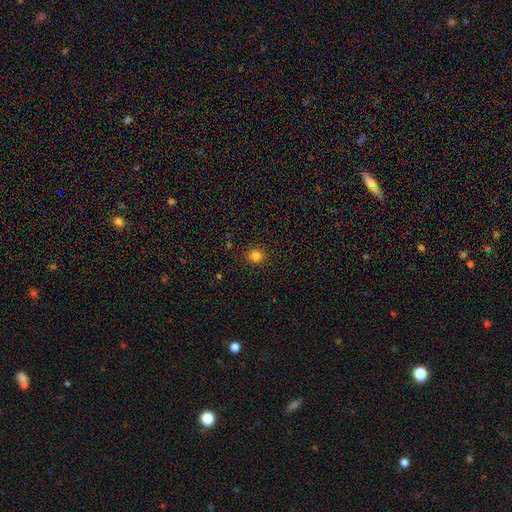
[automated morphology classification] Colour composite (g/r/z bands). It shows a smooth galaxy with no disk features (82%) that is round (89%). Merging: none (90%).